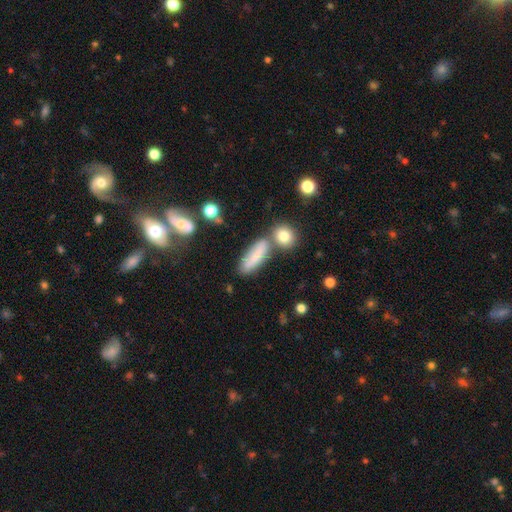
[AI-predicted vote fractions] Smooth or featured? Predicted: smooth (p=0.72). How rounded? Predicted: cigar-shaped (p=0.50). Merging? Predicted: none (p=0.60).